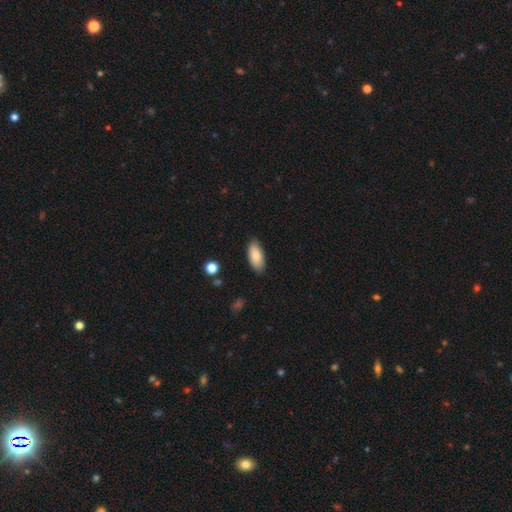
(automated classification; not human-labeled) This appears to be a smooth galaxy with no disk features (84%) that is in between round and cigar-shaped (88%). Merging: none (84%).